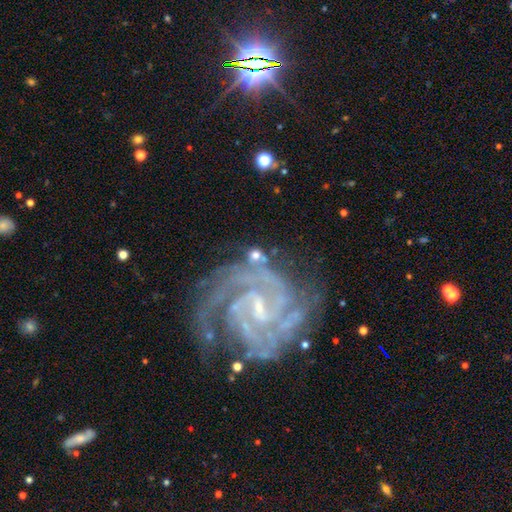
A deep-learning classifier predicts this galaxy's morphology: Smooth or featured: featured or disk — 62% (smooth — 26%)
Edge-on disk: no — 95% (yes — 5%)
Bar: weak — 40% (strong — 34%)
Spiral arms: yes — 87% (no — 13%)
Spiral winding: tight — 46% (medium — 41%)
Spiral arm count: 2 — 46% (can't tell — 18%)
Bulge size: small — 58% (moderate — 28%)
Merging: none — 63% (minor disturbance — 16%)